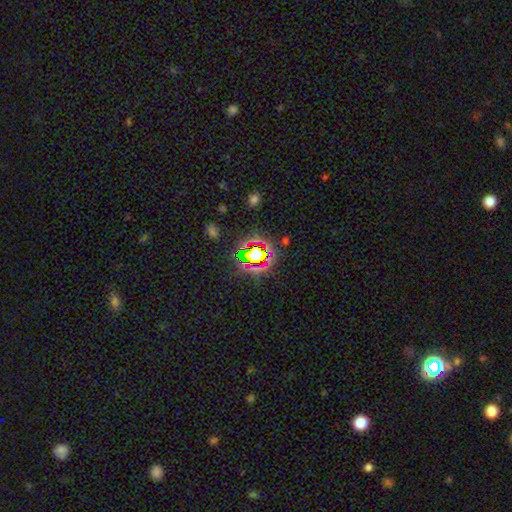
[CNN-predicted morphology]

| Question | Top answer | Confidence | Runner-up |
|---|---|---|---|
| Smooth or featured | star or artifact | 65% | smooth (22%) |